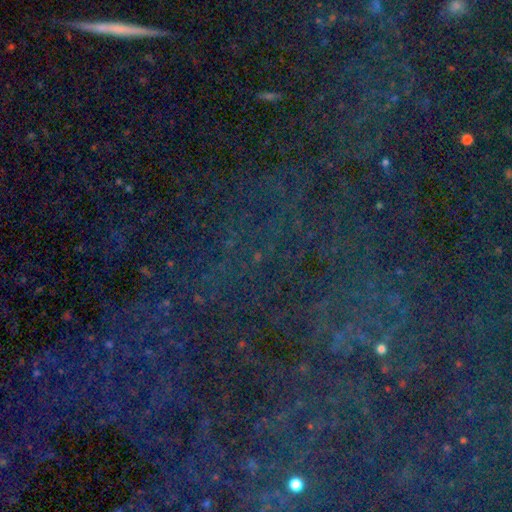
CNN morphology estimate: Smooth or featured? Predicted: star or artifact (p=0.81).